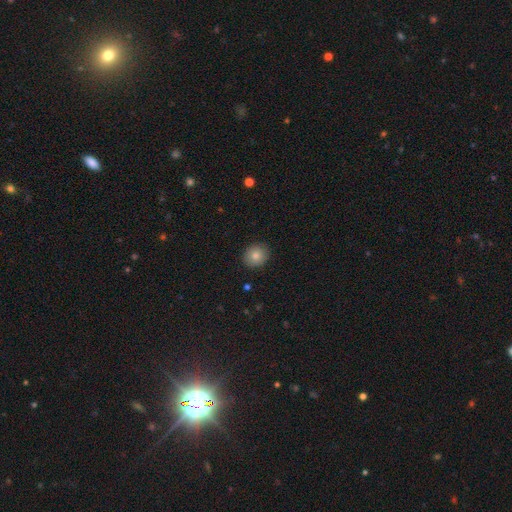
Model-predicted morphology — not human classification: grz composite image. It shows a smooth galaxy with no disk features (82%) that is round (72%). Merging: none (89%).